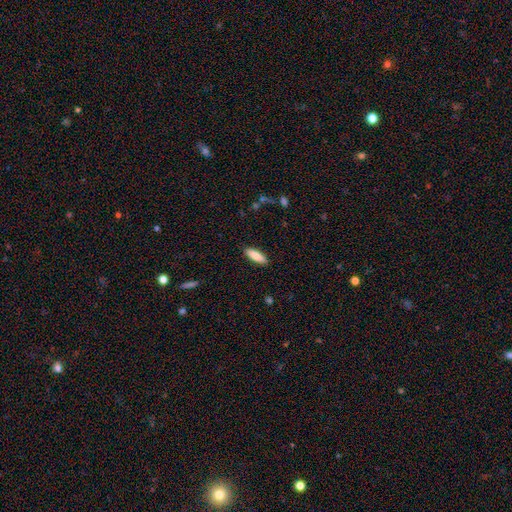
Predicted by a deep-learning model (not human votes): A smooth galaxy with no disk features (84%) that is in between round and cigar-shaped (56%). Merging: none (89%).